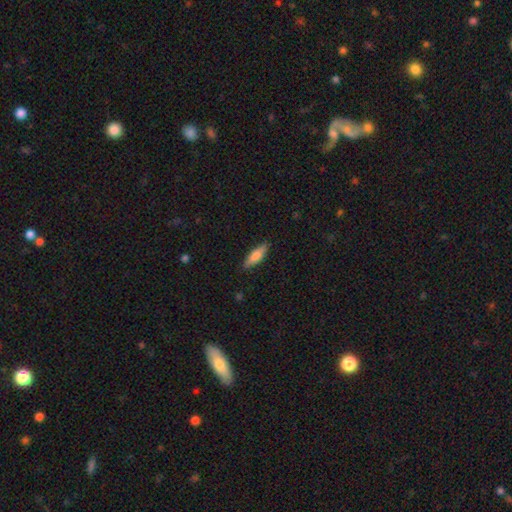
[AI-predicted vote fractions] Overall: smooth (71%). How rounded: cigar-shaped (56%; in between 42%). Merging: none (86%).